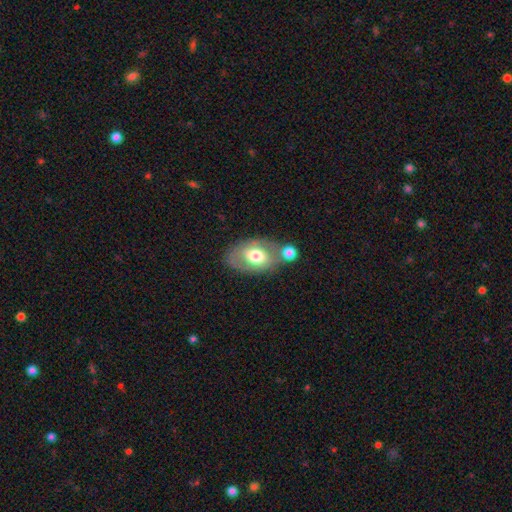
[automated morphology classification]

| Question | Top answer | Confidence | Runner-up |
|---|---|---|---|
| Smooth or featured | smooth | 61% | featured or disk (32%) |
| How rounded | in between | 84% | round (14%) |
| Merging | none | 47% | merger (29%) |